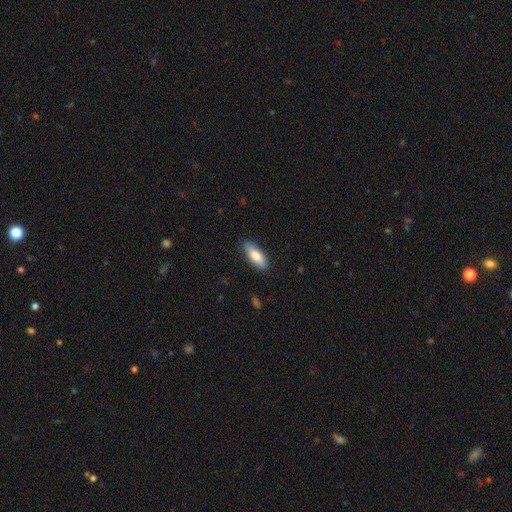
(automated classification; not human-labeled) This is clearly a smooth galaxy (81%). How rounded: likely in between (66%). Merging: clearly none (85%).